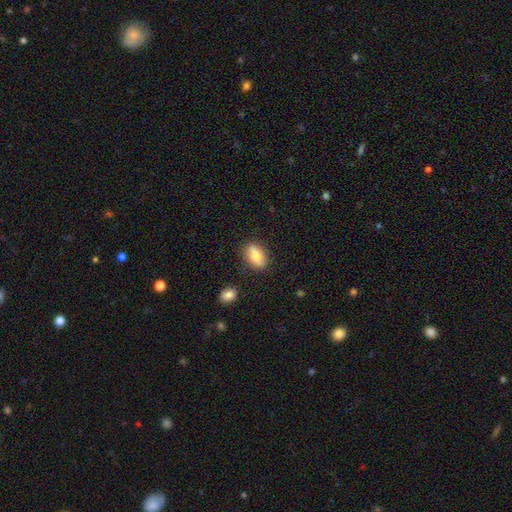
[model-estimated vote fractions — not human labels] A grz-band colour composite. It shows a smooth galaxy with no disk features (76%) that is in between round and cigar-shaped (84%). Merging: none (80%).